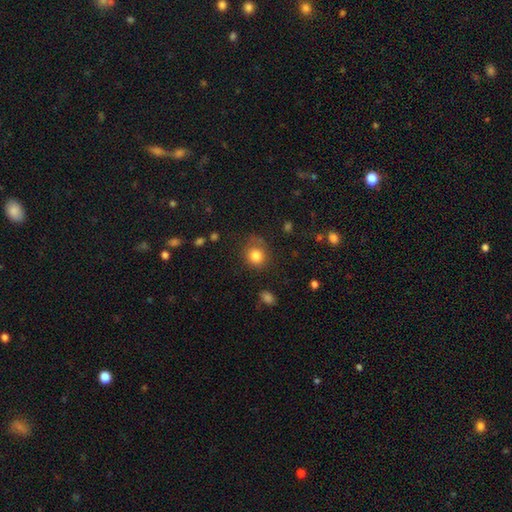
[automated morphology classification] Smooth or featured? smooth (82%)
How rounded? round (78%)
Merging? none (69%)